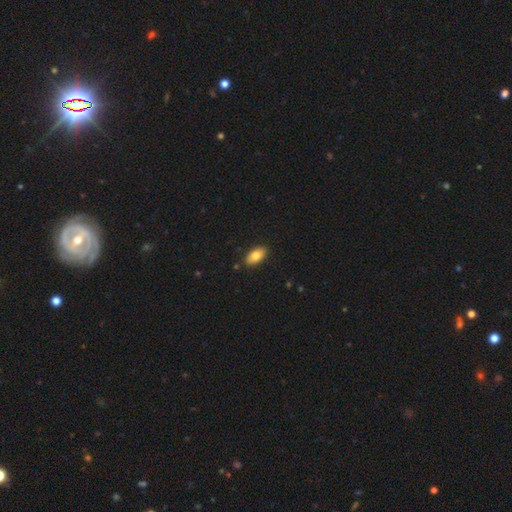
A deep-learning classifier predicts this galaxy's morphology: Smooth or featured: smooth — 78% (featured or disk — 15%)
How rounded: in between — 91% (cigar-shaped — 6%)
Merging: none — 88% (minor disturbance — 9%)